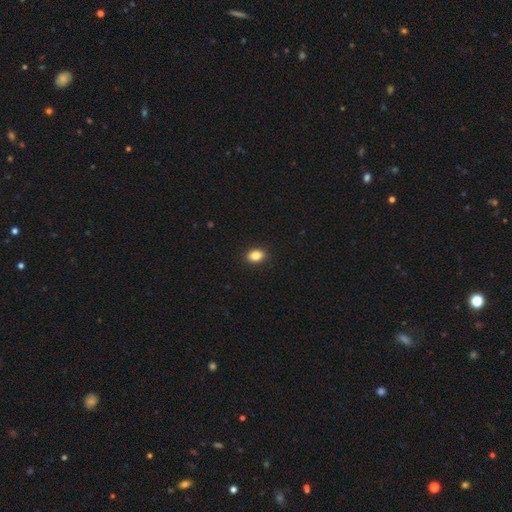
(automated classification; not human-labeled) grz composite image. It shows a smooth galaxy with no disk features (85%) that is in between round and cigar-shaped (69%). Merging: none (91%).